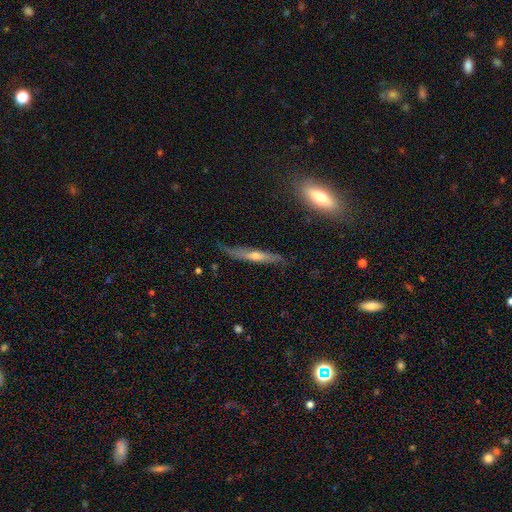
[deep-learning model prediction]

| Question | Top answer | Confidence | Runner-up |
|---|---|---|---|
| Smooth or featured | featured or disk | 60% | smooth (33%) |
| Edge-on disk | yes | 84% | no (16%) |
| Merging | none | 68% | minor disturbance (24%) |